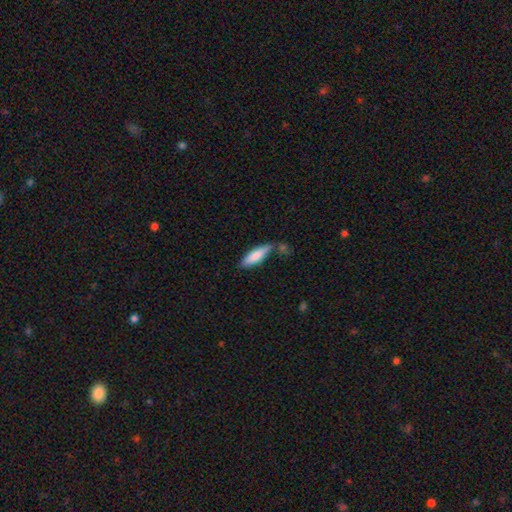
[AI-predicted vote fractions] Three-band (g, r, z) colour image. It shows a smooth galaxy with no disk features (79%) that is cigar-shaped (59%). Merging: none (59%).